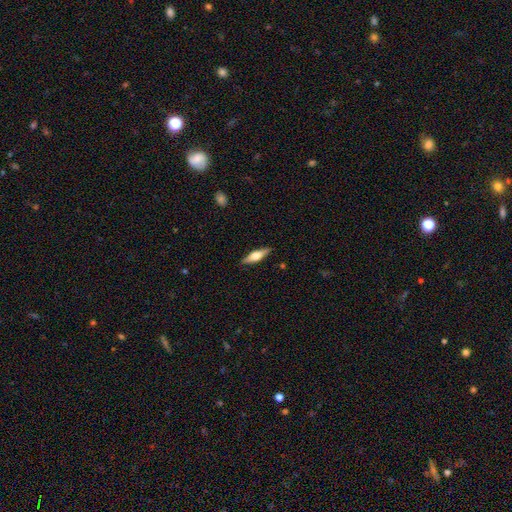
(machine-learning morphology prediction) smooth-or-featured: smooth: 50% | featured or disk: 45% | star or artifact: 6%
  merging: none: 88% | minor disturbance: 9% | major disturbance: 2% | merger: 1%